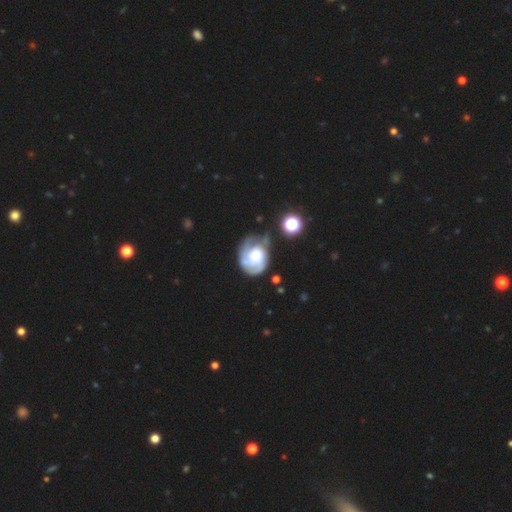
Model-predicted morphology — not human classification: Smooth or featured? featured or disk (69%)
Edge-on disk? no (98%)
Bar? no (77%)
Spiral arms? yes (85%)
Spiral winding? tight (57%)
Spiral arm count? can't tell (36%)
Bulge size? moderate (35%)
Merging? none (45%)